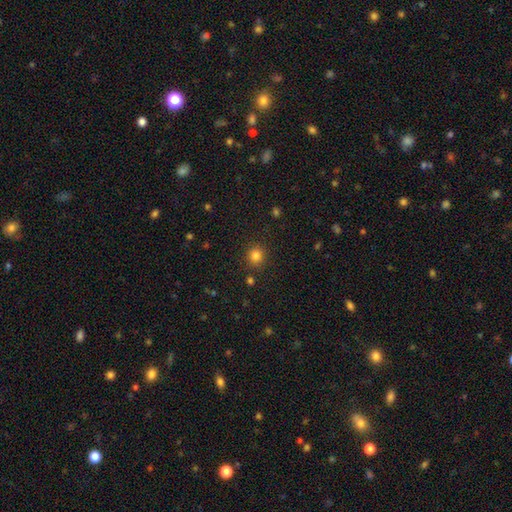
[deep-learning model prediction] Overall: smooth (82%). How rounded: round (89%). Merging: none (88%).